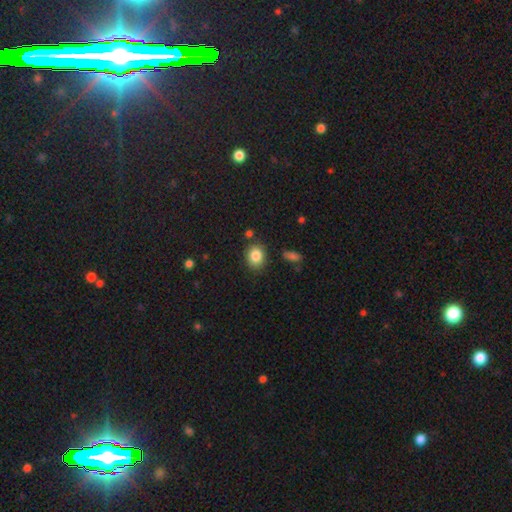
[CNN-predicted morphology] Smooth or featured? smooth (85%)
How rounded? round (51%)
Merging? none (81%)